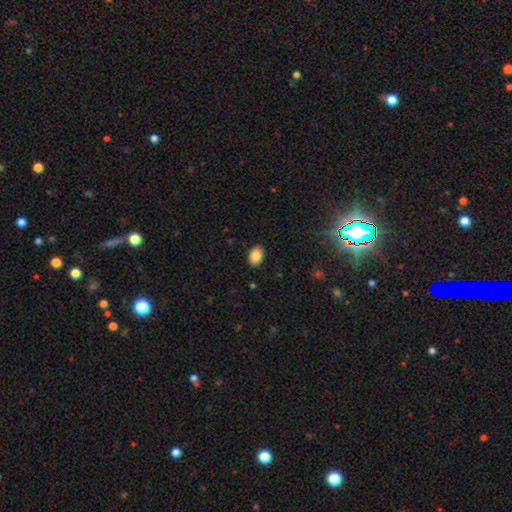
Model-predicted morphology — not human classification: This is clearly a smooth galaxy (86%). How rounded: clearly in between (86%). Merging: clearly none (89%).